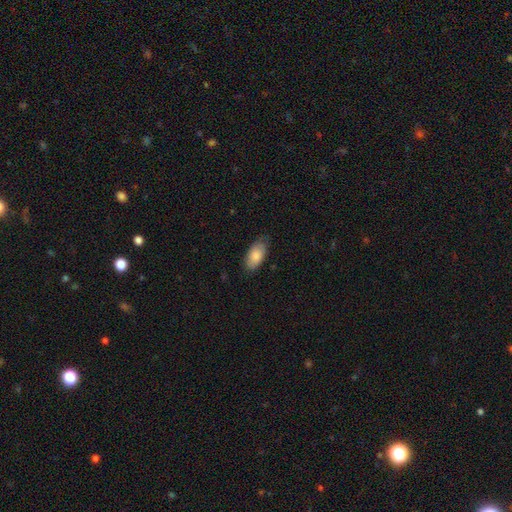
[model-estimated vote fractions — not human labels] A smooth galaxy with no disk features (85%) that is in between round and cigar-shaped (93%).

Vote fractions:
- Smooth or featured? smooth: 85% / featured or disk: 9% / star or artifact: 6%
- How rounded? in between: 93% / cigar-shaped: 5% / round: 3%
- Merging? none: 73% / minor disturbance: 22% / major disturbance: 4% / merger: 1%